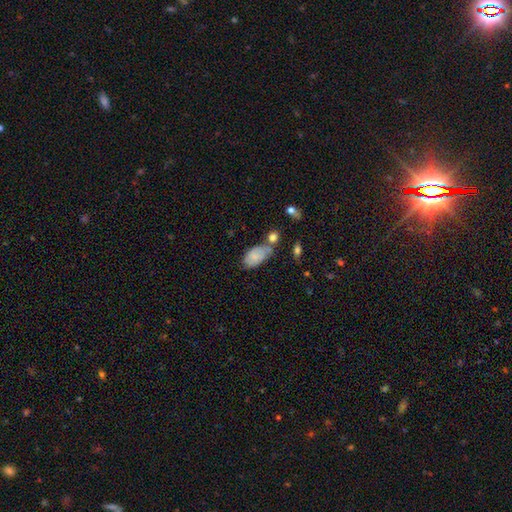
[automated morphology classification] This appears to be a smooth galaxy with no disk features (72%) that is in between round and cigar-shaped (93%). Merging: none (48%).